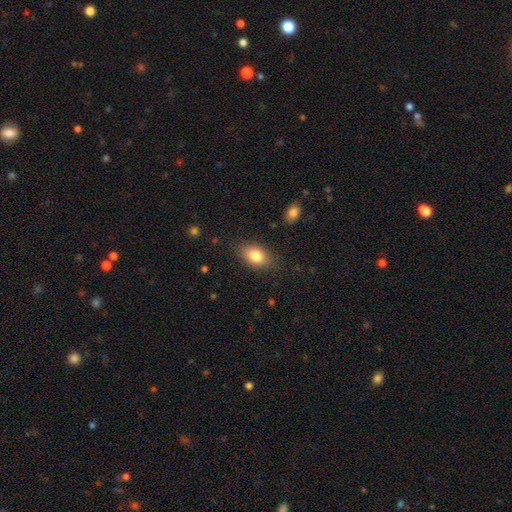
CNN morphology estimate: Q: Smooth or featured?
A: smooth (82%); runner-up: featured or disk (10%)
Q: How rounded?
A: in between (86%); runner-up: round (11%)
Q: Merging?
A: none (83%); runner-up: minor disturbance (13%)